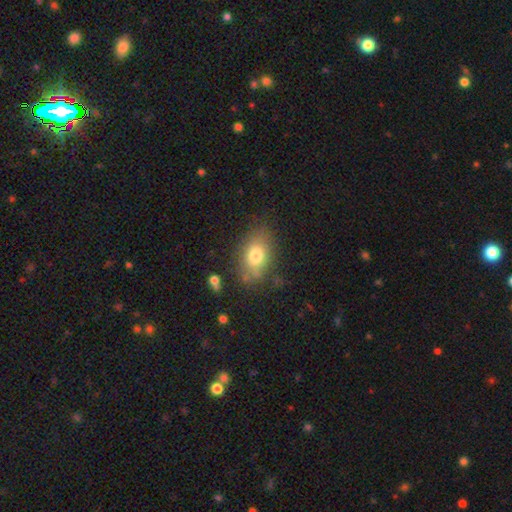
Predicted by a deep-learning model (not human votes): Overall: smooth (75%). How rounded: in between (82%). Merging: none (72%).